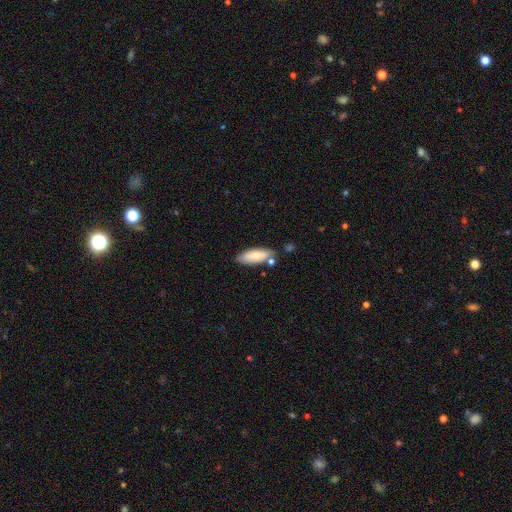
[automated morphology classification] Smooth or featured? smooth (73%)
How rounded? in between (71%)
Merging? none (70%)